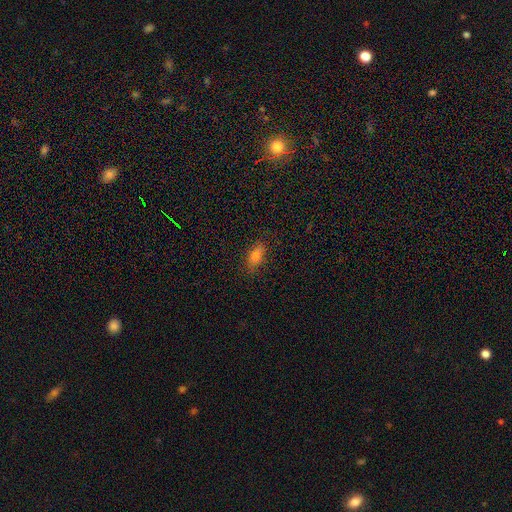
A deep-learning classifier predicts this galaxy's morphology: A smooth galaxy with no disk features (78%) that is in between round and cigar-shaped (81%).

Vote fractions:
- Smooth or featured? smooth: 78% / star or artifact: 12% / featured or disk: 10%
- How rounded? in between: 81% / cigar-shaped: 12% / round: 6%
- Merging? none: 83% / minor disturbance: 13% / major disturbance: 3% / merger: 1%